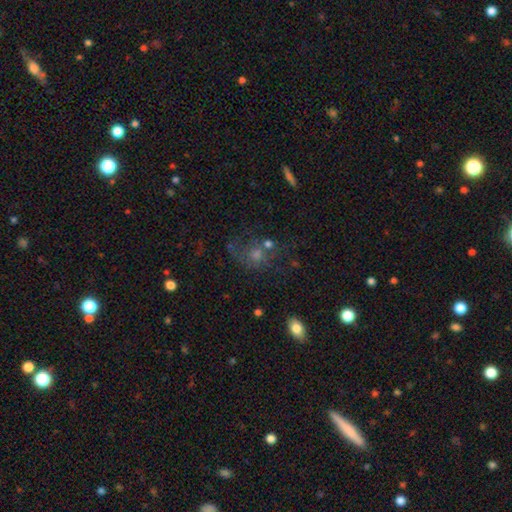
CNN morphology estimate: Smooth or featured: smooth — 39% (featured or disk — 37%)
Merging: none — 42% (major disturbance — 25%)